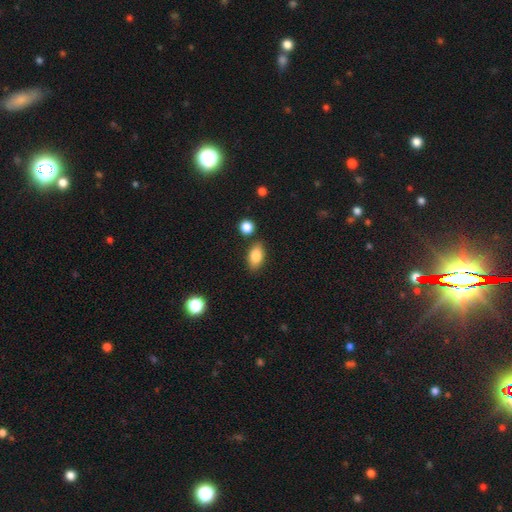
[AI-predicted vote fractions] Smooth or featured? smooth (84%)
How rounded? in between (89%)
Merging? none (81%)